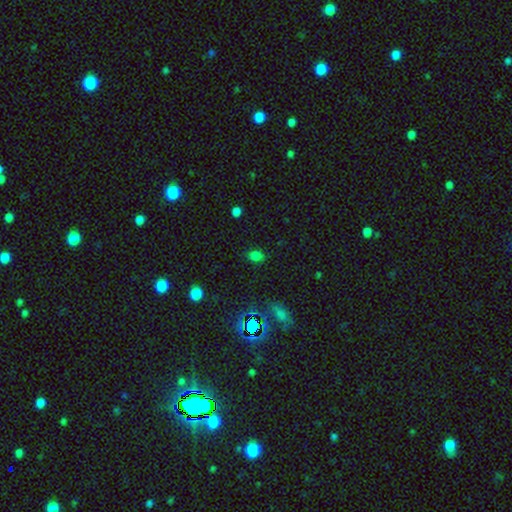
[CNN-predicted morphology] type=smooth (72%); roundness=in between (62%); merging=none (82%).